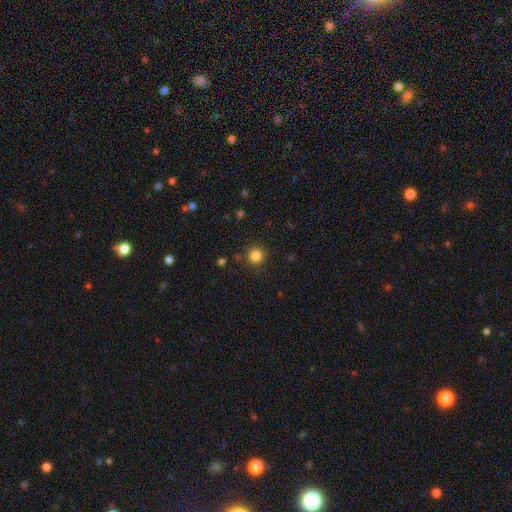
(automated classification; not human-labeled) Smooth or featured? Predicted: smooth (p=0.83). How rounded? Predicted: round (p=0.94). Merging? Predicted: none (p=0.88).